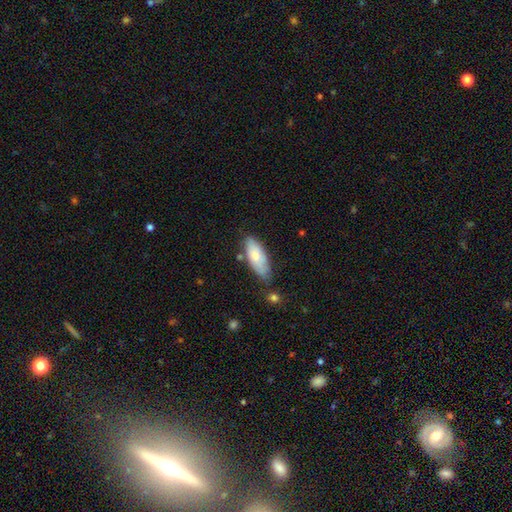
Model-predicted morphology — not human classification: Smooth or featured?
  - smooth: 70% *
  - featured or disk: 24%
  - star or artifact: 6%
How rounded?
  - in between: 80% *
  - cigar-shaped: 18%
  - round: 2%
Merging?
  - none: 67% *
  - minor disturbance: 23%
  - merger: 6%
  - major disturbance: 4%